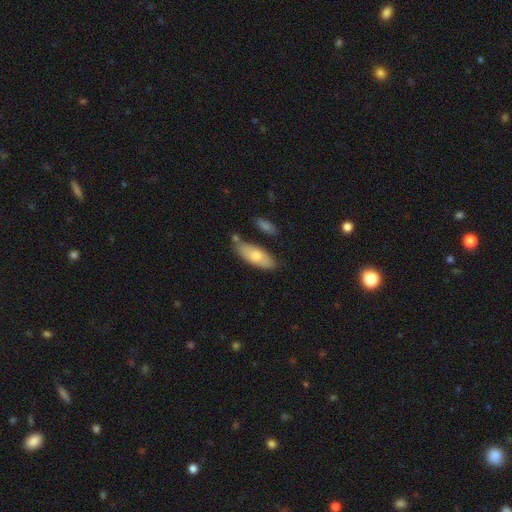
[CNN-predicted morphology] Smooth or featured? Predicted: smooth (p=0.69). How rounded? Predicted: in between (p=0.76). Merging? Predicted: none (p=0.71).